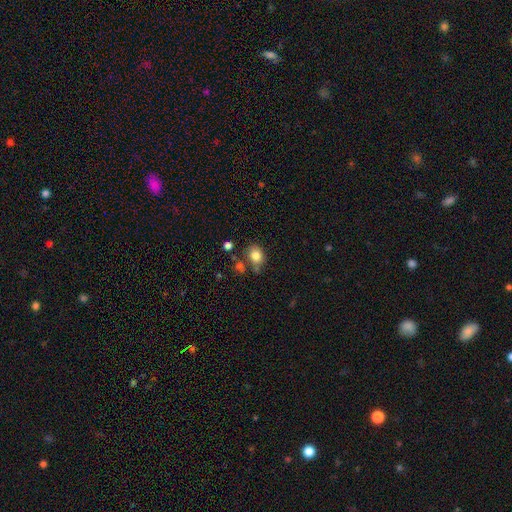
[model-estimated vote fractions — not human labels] smooth_or_featured: smooth (p=0.81) [alt: star or artifact p=0.10]
how_rounded: round (p=0.50) [alt: in between p=0.49]
merging: none (p=0.63) [alt: minor disturbance p=0.20]